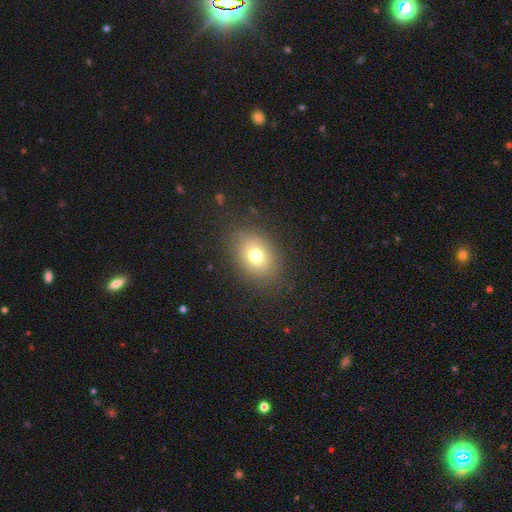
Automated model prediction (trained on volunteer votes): A smooth galaxy with no disk features (74%) that is in between round and cigar-shaped (63%).

Vote fractions:
- Smooth or featured? smooth: 74% / star or artifact: 13% / featured or disk: 13%
- How rounded? in between: 63% / round: 36% / cigar-shaped: 1%
- Merging? none: 83% / minor disturbance: 11% / major disturbance: 5% / merger: 1%